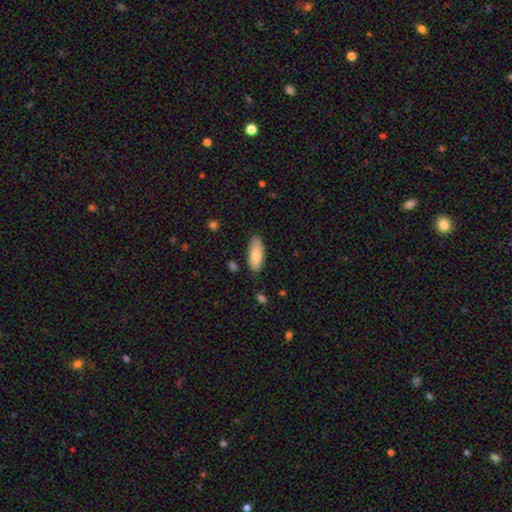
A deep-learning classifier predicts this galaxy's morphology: type=smooth (79%); roundness=in between (82%); merging=none (79%).